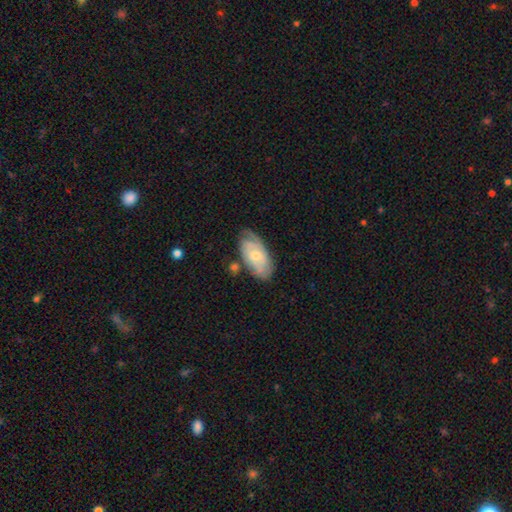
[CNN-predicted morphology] The model was most divided on "smooth or featured": featured or disk: 54%, smooth: 40%, star or artifact: 6%. More confident: edge-on disk — no (91%); merging — none (62%).